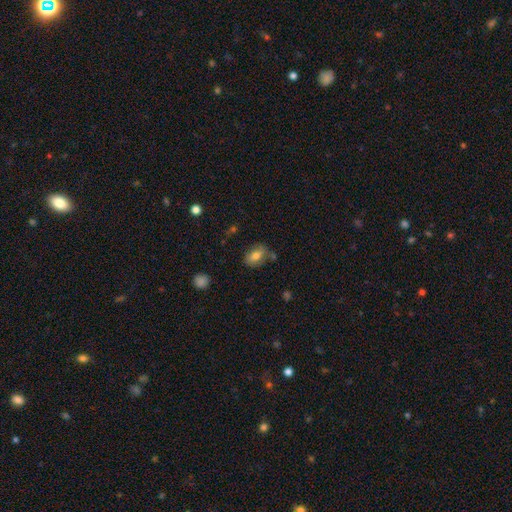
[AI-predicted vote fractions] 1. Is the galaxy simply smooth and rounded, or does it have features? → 76% smooth, 15% featured or disk, 9% star or artifact.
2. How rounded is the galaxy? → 81% in between, 17% round, 2% cigar-shaped.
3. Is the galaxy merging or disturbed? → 68% none, 19% minor disturbance, 7% merger, 5% major disturbance.